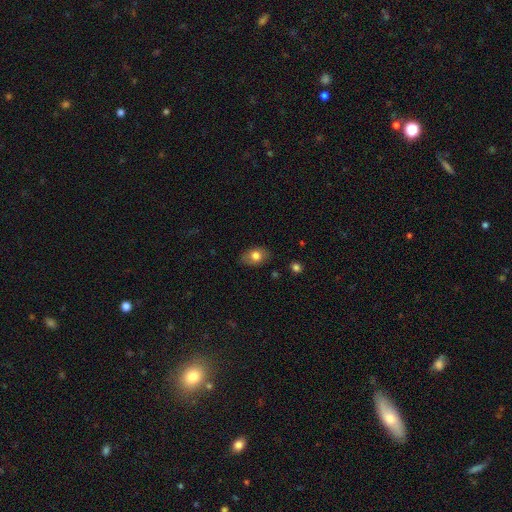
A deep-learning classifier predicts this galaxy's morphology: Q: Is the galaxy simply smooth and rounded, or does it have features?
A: smooth — 76%.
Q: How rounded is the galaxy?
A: in between — 83%.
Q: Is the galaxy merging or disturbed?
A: none — 83%.